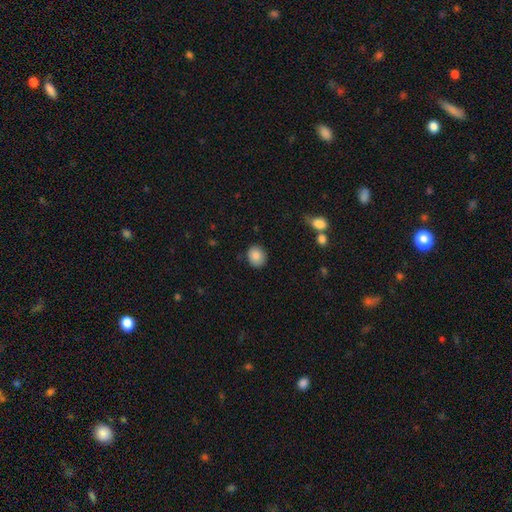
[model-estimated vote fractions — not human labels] A smooth galaxy with no disk features (87%) that is round (70%). Merging: none (84%).